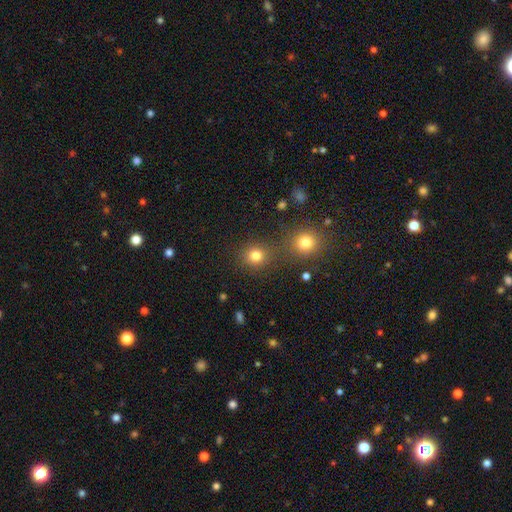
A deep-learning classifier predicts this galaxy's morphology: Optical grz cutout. It shows a smooth galaxy with no disk features (79%) that is round (89%). Merging: none (74%).